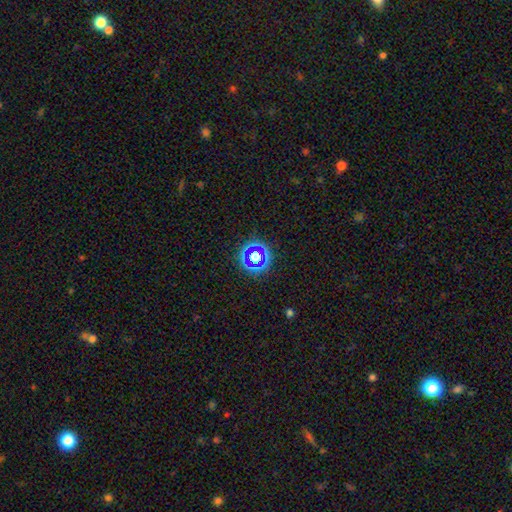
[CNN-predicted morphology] This is possibly a star or artifact rather than a galaxy (55%).